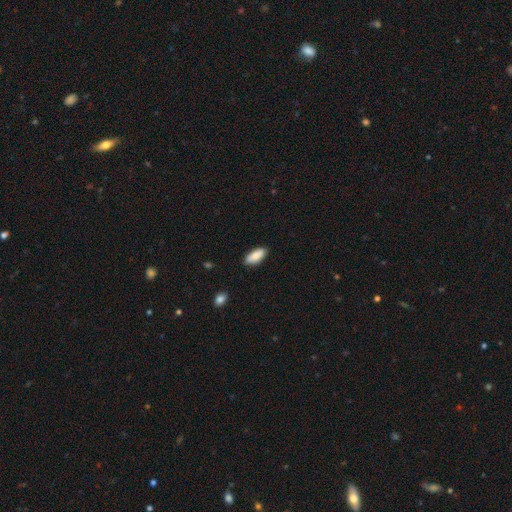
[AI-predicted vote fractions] This is clearly a smooth galaxy (87%). How rounded: clearly in between (84%). Merging: clearly none (86%).